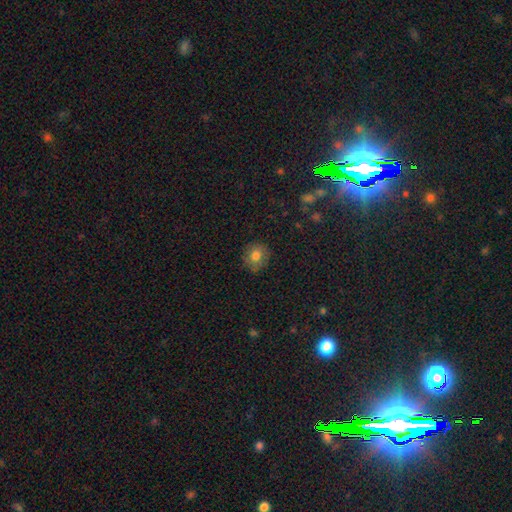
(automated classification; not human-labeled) Smooth or featured?
  - smooth: 79% *
  - featured or disk: 11%
  - star or artifact: 11%
How rounded?
  - round: 85% *
  - in between: 14%
  - cigar-shaped: 1%
Merging?
  - none: 84% *
  - minor disturbance: 12%
  - major disturbance: 3%
  - merger: 1%